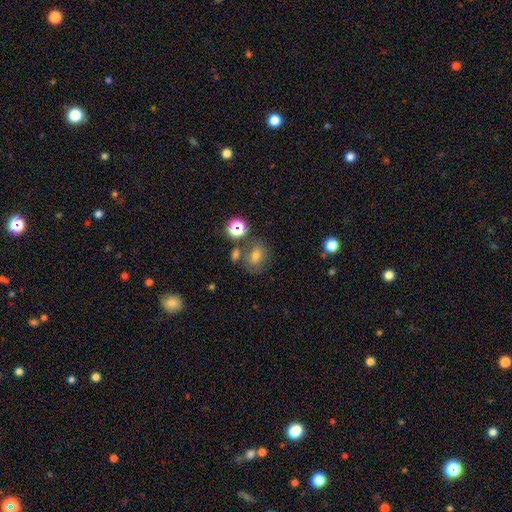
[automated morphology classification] type=smooth (60%); roundness=in between (51%); merging=none (59%).